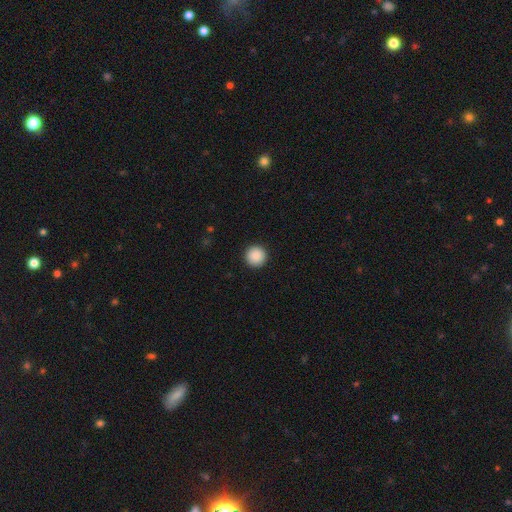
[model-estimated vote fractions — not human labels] A smooth galaxy with no disk features (89%) that is round (96%).

Vote fractions:
- Smooth or featured? smooth: 89% / star or artifact: 8% / featured or disk: 3%
- How rounded? round: 96% / in between: 3% / cigar-shaped: 1%
- Merging? none: 93% / minor disturbance: 4% / major disturbance: 2% / merger: 1%